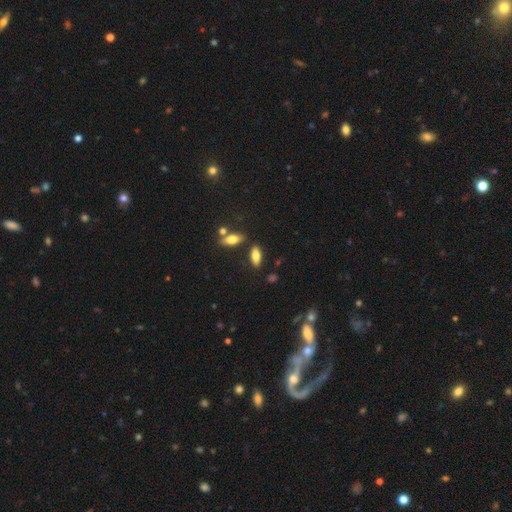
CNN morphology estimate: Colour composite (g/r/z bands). It shows a smooth galaxy with no disk features (73%) that is in between round and cigar-shaped (76%). Merging: none (78%).